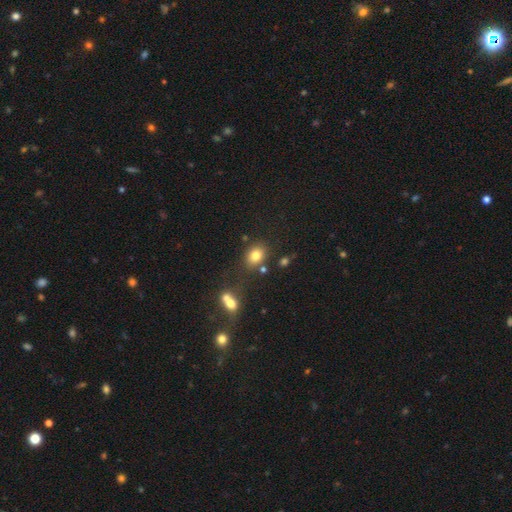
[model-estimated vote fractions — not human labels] This is likely a smooth galaxy (79%). How rounded: possibly in between (57%). Merging: likely none (74%).